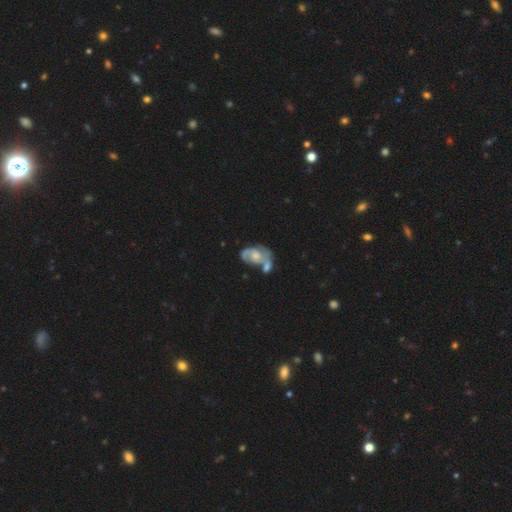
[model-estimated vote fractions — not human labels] This is likely a featured or disk galaxy (72%). It is clearly not viewed edge-on (97%). Bar: likely no (74%). Spiral arm pattern: likely yes (77%). Spiral arm count: likely 2 (62%). Spiral winding: marginally medium (41%). Central bulge: possibly moderate (46%). Merging: marginally merger (44%).